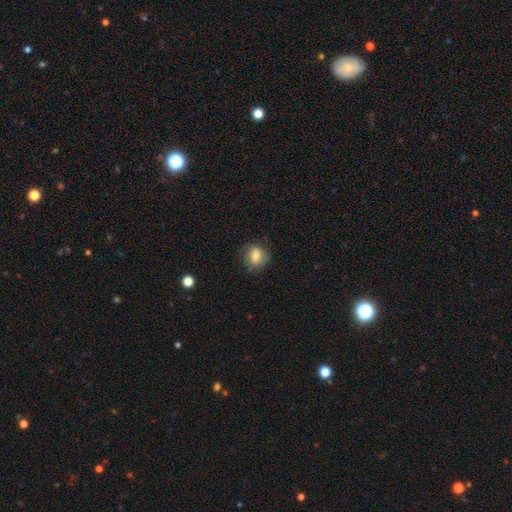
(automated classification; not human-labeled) Smooth or featured? smooth (76%)
How rounded? round (61%)
Merging? none (76%)